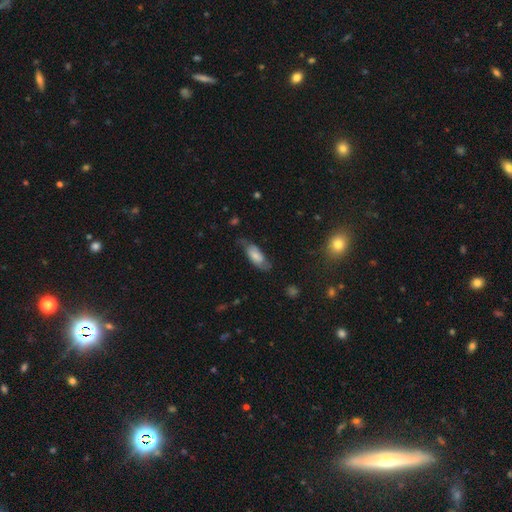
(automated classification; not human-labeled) smooth_or_featured: smooth (p=0.57) [alt: featured or disk p=0.35]
how_rounded: in between (p=0.81) [alt: cigar-shaped p=0.17]
merging: none (p=0.59) [alt: minor disturbance p=0.28]